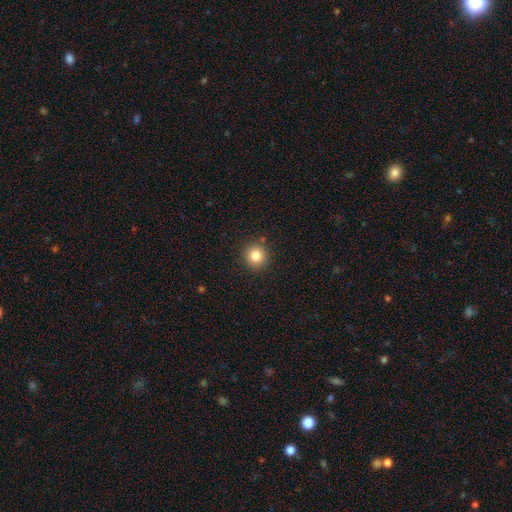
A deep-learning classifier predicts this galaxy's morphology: Overall: smooth (82%). How rounded: round (94%). Merging: none (89%).